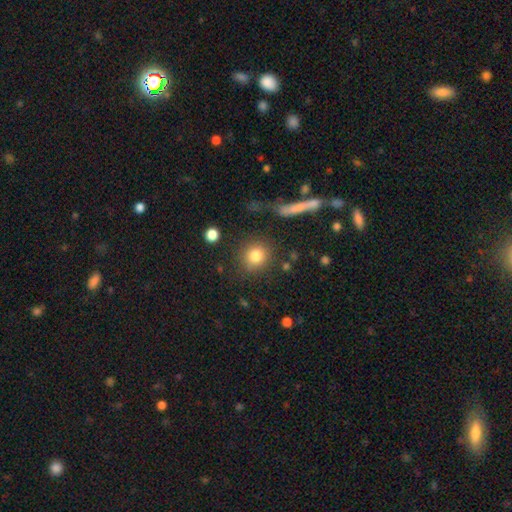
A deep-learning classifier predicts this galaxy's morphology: Smooth or featured: smooth — 81% (star or artifact — 10%)
How rounded: round — 85% (in between — 13%)
Merging: none — 80% (minor disturbance — 10%)